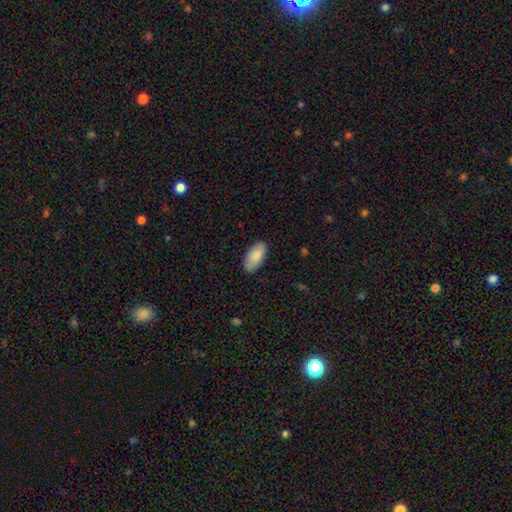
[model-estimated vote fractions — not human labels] Smooth or featured? Predicted: smooth (p=0.87). How rounded? Predicted: in between (p=0.94). Merging? Predicted: none (p=0.85).